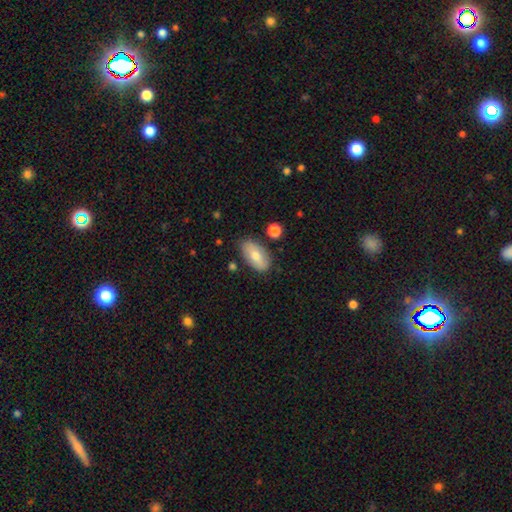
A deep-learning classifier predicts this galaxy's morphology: A smooth galaxy with no disk features (72%) that is in between round and cigar-shaped (92%). Merging: none (78%).